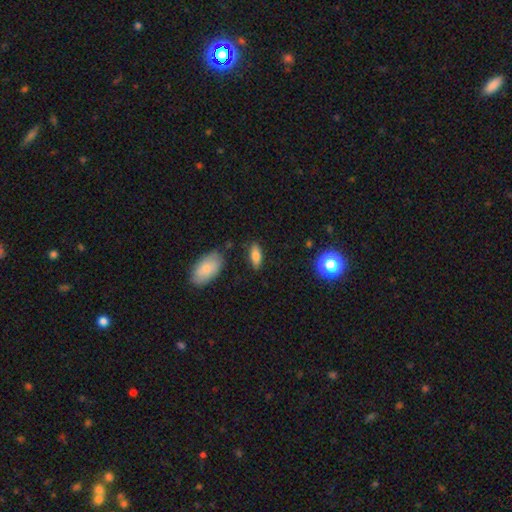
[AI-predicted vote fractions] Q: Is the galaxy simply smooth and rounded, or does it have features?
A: smooth — 78%.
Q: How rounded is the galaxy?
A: in between — 76%.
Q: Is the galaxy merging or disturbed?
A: none — 82%.